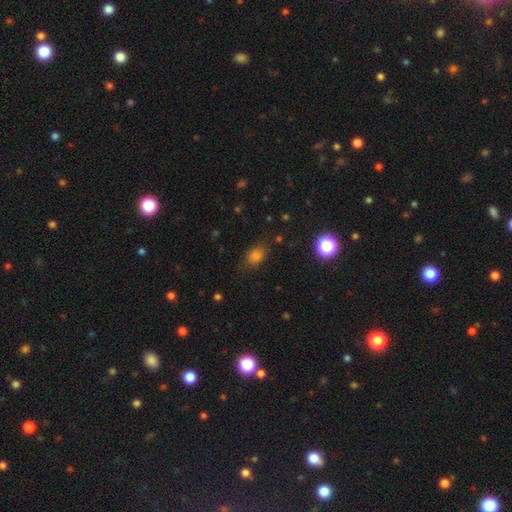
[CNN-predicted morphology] Smooth or featured? smooth (78%)
How rounded? in between (64%)
Merging? none (75%)